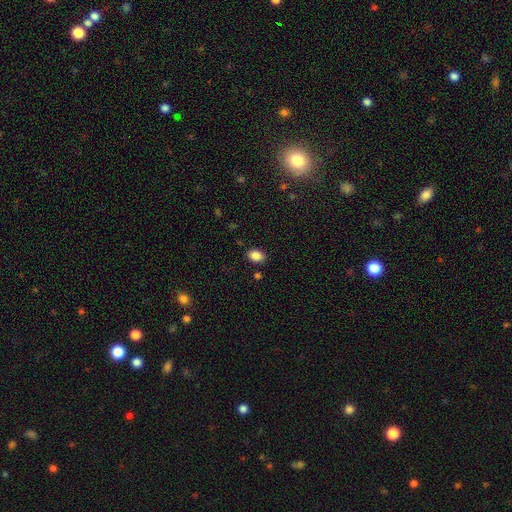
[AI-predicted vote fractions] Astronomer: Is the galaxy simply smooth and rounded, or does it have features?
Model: smooth — 86%.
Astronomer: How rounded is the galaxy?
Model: in between — 79%.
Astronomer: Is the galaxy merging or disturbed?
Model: none — 85%.